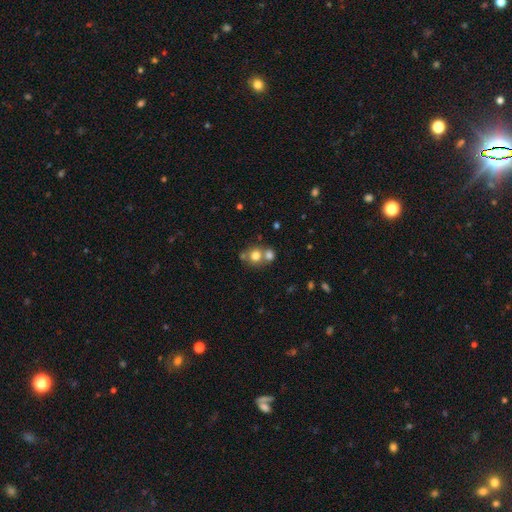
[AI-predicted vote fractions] Overall: smooth (75%). How rounded: round (82%). Merging: none (46%; merger 43%).